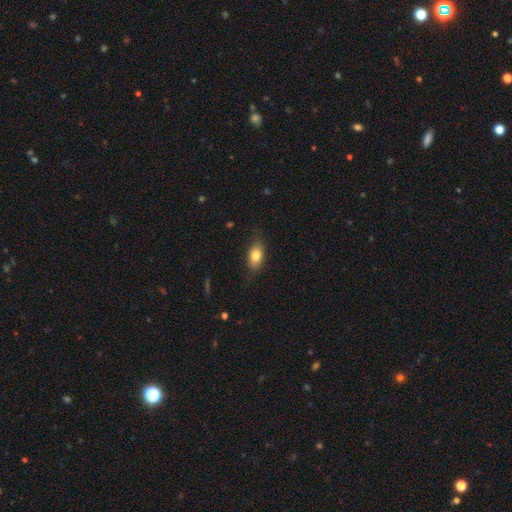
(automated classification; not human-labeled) smooth_or_featured: smooth (p=0.79) [alt: featured or disk p=0.13]
how_rounded: in between (p=0.87) [alt: round p=0.08]
merging: none (p=0.81) [alt: minor disturbance p=0.15]